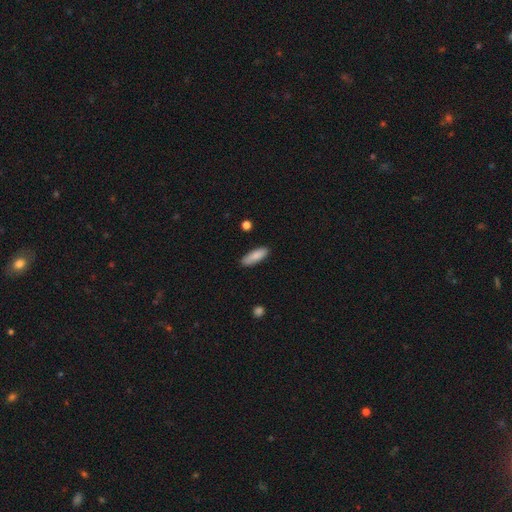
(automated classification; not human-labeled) Overall: smooth (87%). How rounded: in between (57%; cigar-shaped 41%). Merging: none (86%).